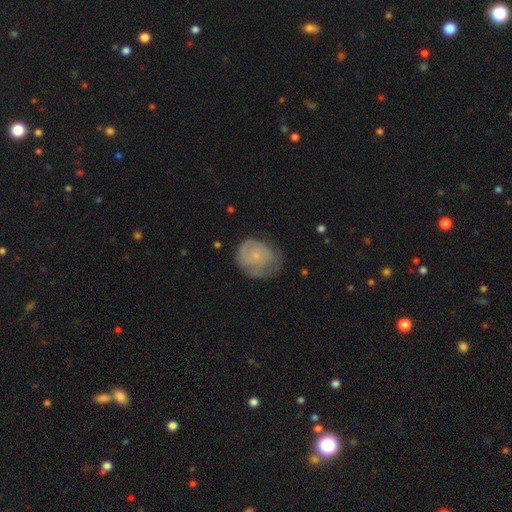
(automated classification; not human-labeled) smooth_or_featured: featured or disk (p=0.49) [alt: smooth p=0.43]
merging: none (p=0.54) [alt: minor disturbance p=0.30]